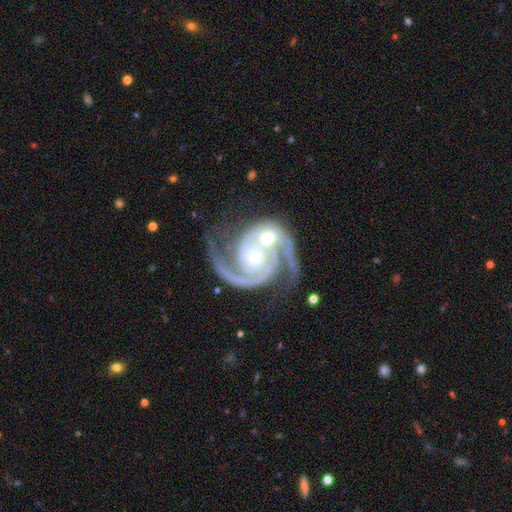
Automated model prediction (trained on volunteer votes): A featured or disk galaxy (93%) with no bar (53%), 2 (82%) medium (48%) spiral arms (98%) and a small central bulge (48%). Merging: merger (47%).